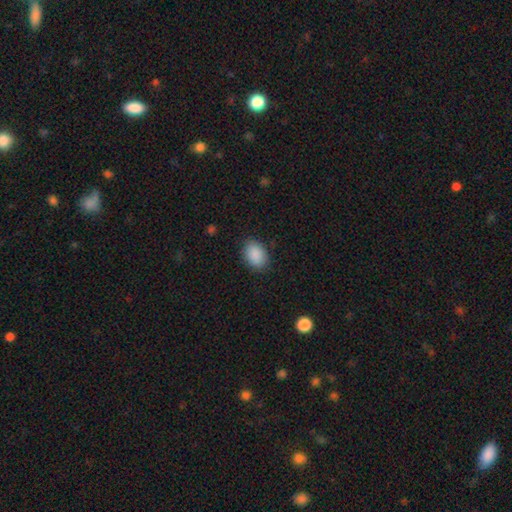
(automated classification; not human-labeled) Smooth or featured?
  - smooth: 90% *
  - star or artifact: 7%
  - featured or disk: 3%
How rounded?
  - in between: 77% *
  - round: 22%
  - cigar-shaped: 1%
Merging?
  - none: 86% *
  - minor disturbance: 11%
  - major disturbance: 3%
  - merger: 1%